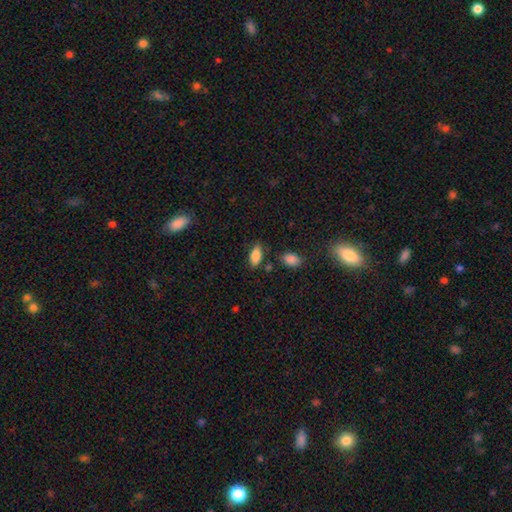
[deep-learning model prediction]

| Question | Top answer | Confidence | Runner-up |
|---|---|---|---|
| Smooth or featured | smooth | 85% | star or artifact (8%) |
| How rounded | in between | 90% | cigar-shaped (7%) |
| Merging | none | 76% | minor disturbance (15%) |